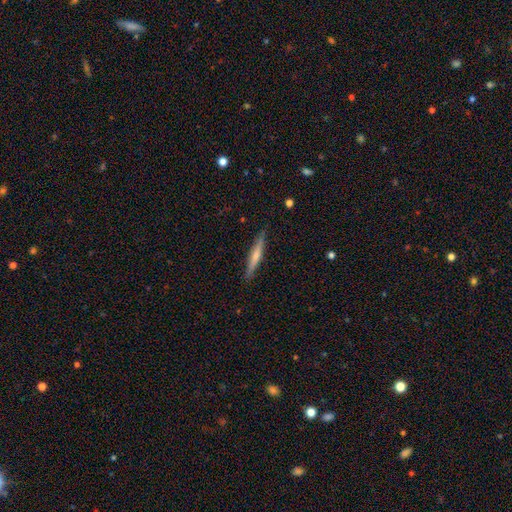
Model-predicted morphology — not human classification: Smooth or featured? Predicted: smooth (p=0.49). Merging? Predicted: none (p=0.88).